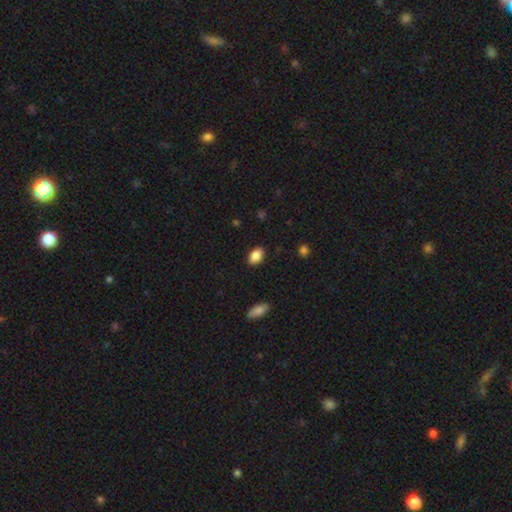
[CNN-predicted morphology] smooth_or_featured: smooth (p=0.87) [alt: star or artifact p=0.08]
how_rounded: in between (p=0.90) [alt: round p=0.08]
merging: none (p=0.88) [alt: minor disturbance p=0.09]